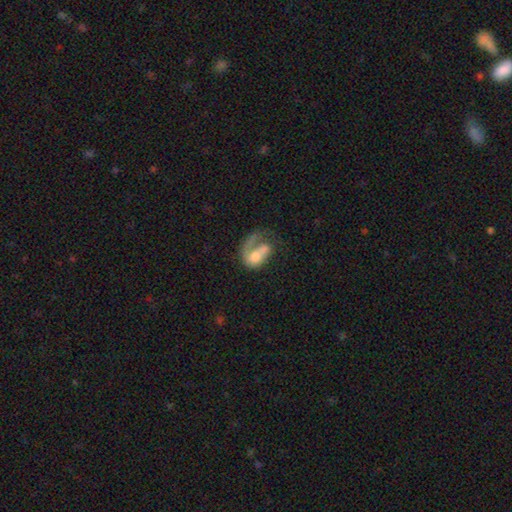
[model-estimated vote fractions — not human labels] This appears to be a featured or disk galaxy (55%) with no bar (74%), spiral arms (62%) and a moderate central bulge (47%). Merging: major disturbance (38%).